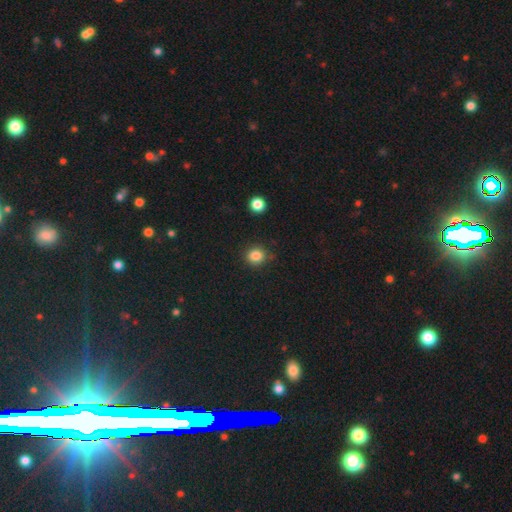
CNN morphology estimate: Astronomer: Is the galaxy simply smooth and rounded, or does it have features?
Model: smooth — 84%.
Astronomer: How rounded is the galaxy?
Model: round — 82%.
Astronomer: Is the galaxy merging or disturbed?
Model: none — 85%.